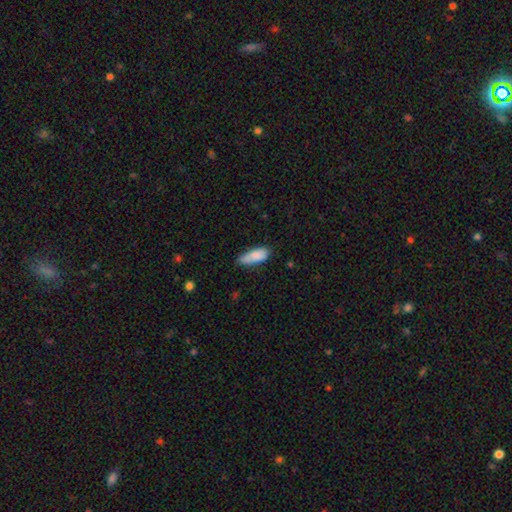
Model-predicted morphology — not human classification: This appears to be a smooth galaxy with no disk features (83%) that is in between round and cigar-shaped (73%). Merging: none (53%).